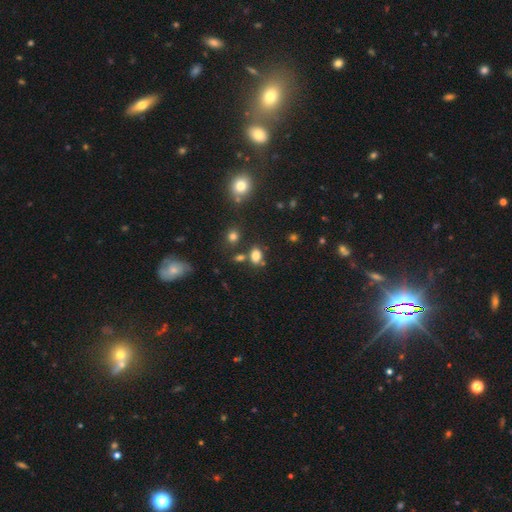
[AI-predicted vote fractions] Overall: smooth (79%). How rounded: in between (75%). Merging: none (69%).